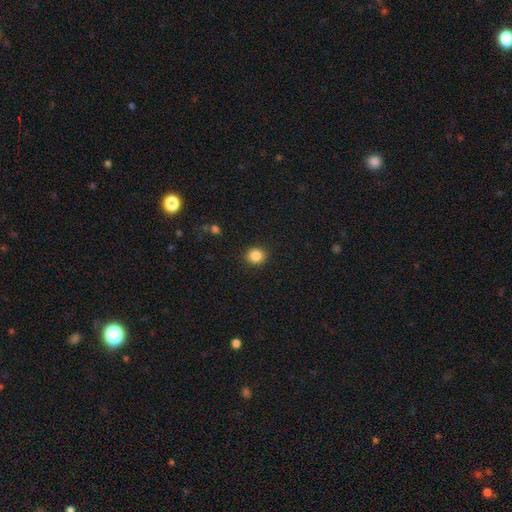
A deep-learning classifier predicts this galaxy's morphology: This appears to be a smooth galaxy with no disk features (86%) that is round (84%). Merging: none (91%).